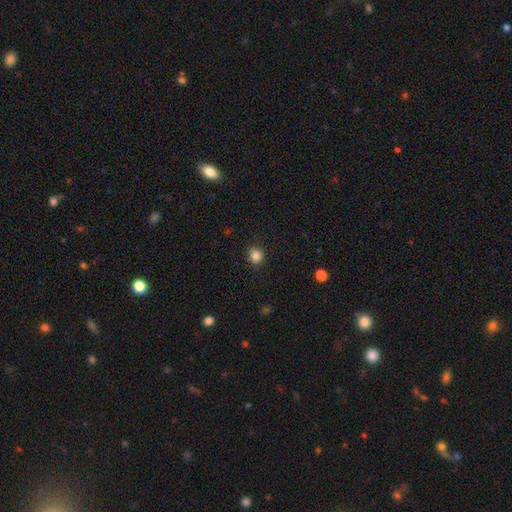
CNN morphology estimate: Q: Smooth or featured?
A: smooth (85%); runner-up: star or artifact (12%)
Q: How rounded?
A: round (83%); runner-up: in between (16%)
Q: Merging?
A: none (86%); runner-up: minor disturbance (10%)